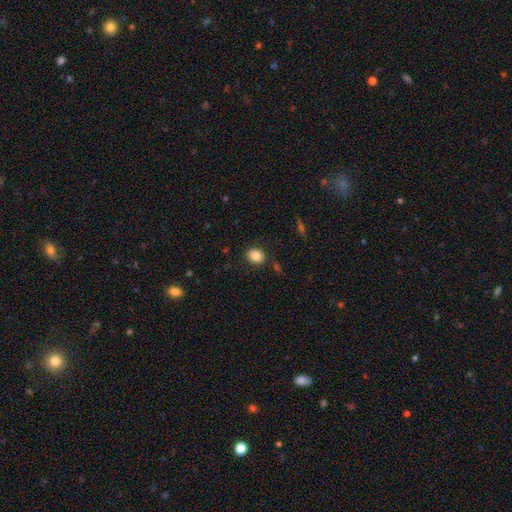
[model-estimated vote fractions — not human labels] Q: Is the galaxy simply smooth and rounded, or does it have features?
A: smooth — 83%.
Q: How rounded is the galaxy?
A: round — 57%.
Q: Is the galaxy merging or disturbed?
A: none — 84%.